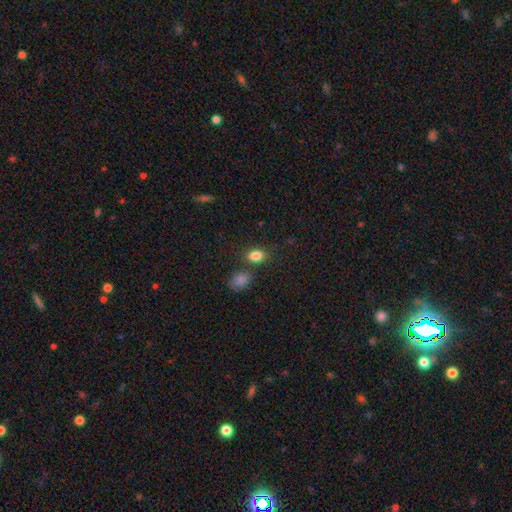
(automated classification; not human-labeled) smooth 84%, star or artifact 10%, featured or disk 6%. Down the decision tree: how rounded — in between (70%); merging — none (70%).